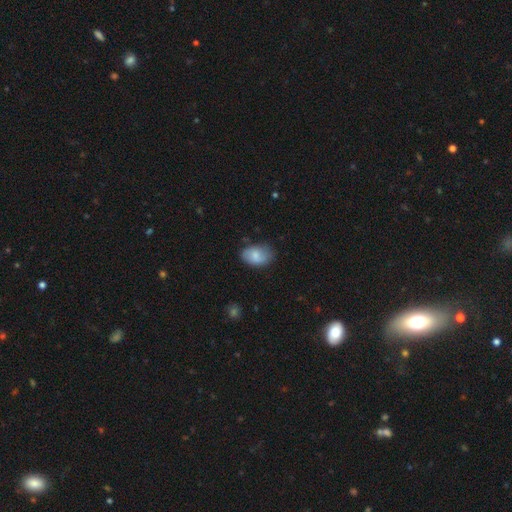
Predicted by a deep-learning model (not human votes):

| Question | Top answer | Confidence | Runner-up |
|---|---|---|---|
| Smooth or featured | smooth | 76% | featured or disk (17%) |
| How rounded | in between | 88% | round (11%) |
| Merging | none | 68% | minor disturbance (25%) |